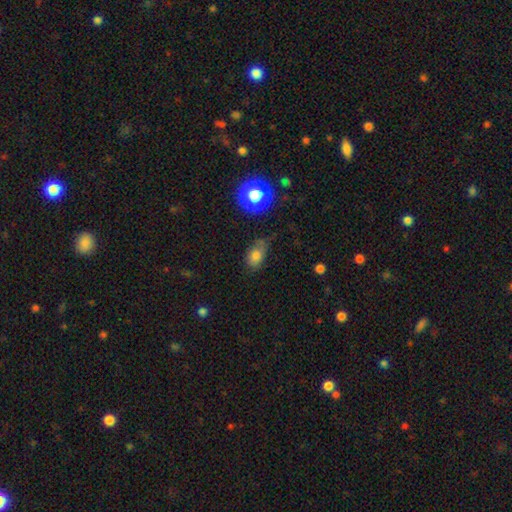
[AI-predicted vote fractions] A smooth galaxy with no disk features (76%) that is in between round and cigar-shaped (77%). Merging: none (53%).